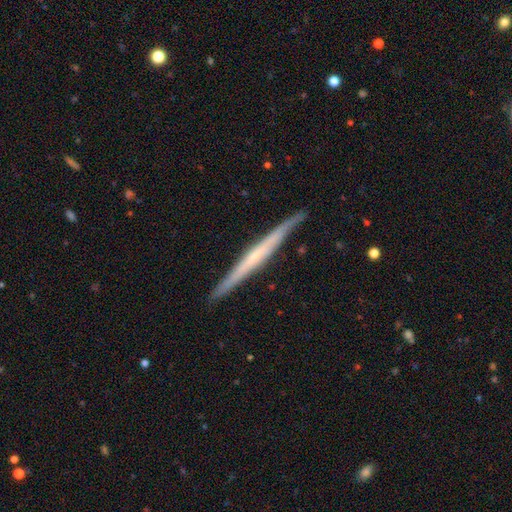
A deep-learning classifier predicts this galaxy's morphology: smooth-or-featured: featured or disk: 67% | smooth: 27% | star or artifact: 6%
  disk-edge-on: yes: 97% | no: 3%
    edge-on-bulge: none: 66% | rounded: 26% | boxy: 9%
  merging: none: 90% | minor disturbance: 8% | major disturbance: 1% | merger: 1%